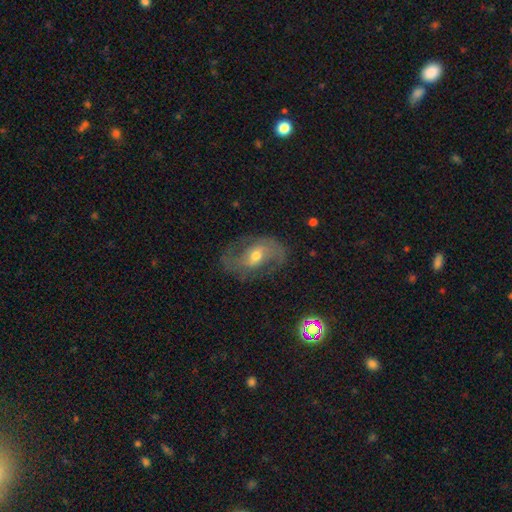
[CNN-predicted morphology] featured or disk 78%, smooth 12%, star or artifact 10%. Down the decision tree: edge-on disk — no (96%); bar — weak (41%); spiral arms — yes (90%); spiral arm count — 2 (85%); spiral winding — medium (48%); bulge size — moderate (57%); merging — none (76%).